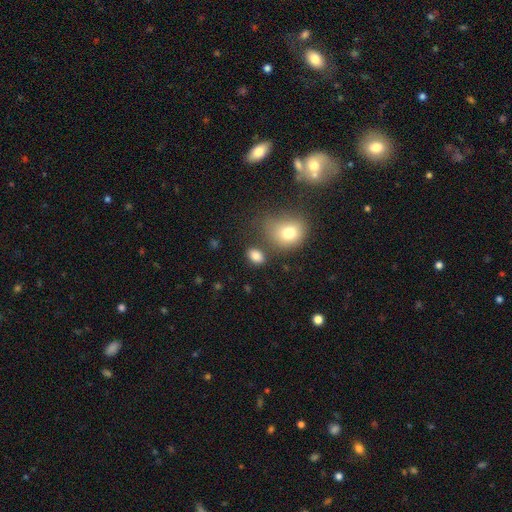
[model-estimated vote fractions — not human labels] smooth 83%, star or artifact 10%, featured or disk 7%. Down the decision tree: how rounded — in between (76%); merging — none (71%).